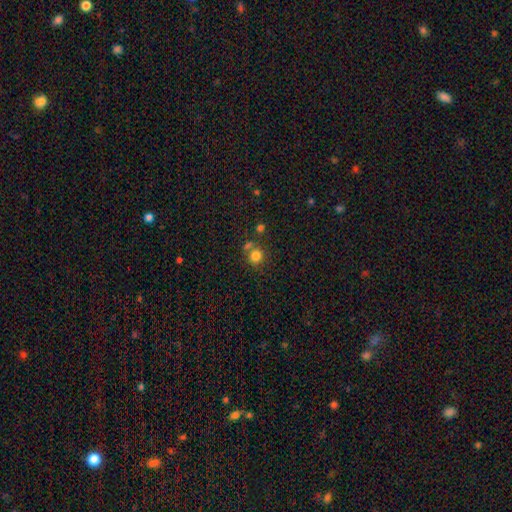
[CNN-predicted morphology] This is clearly a smooth galaxy (80%). How rounded: clearly round (86%). Merging: likely none (62%).